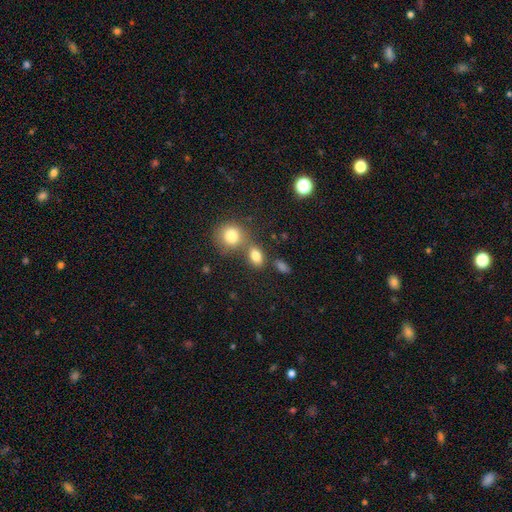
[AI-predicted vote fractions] Q: Smooth or featured?
A: smooth (81%); runner-up: star or artifact (11%)
Q: How rounded?
A: in between (70%); runner-up: round (28%)
Q: Merging?
A: none (51%); runner-up: merger (34%)